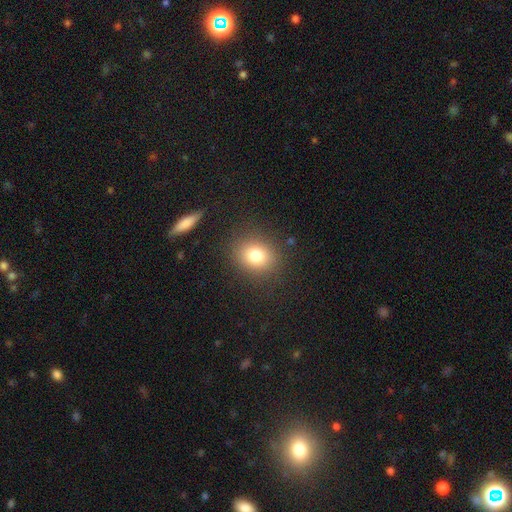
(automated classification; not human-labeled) smooth_or_featured: smooth (p=0.79) [alt: star or artifact p=0.12]
how_rounded: round (p=0.63) [alt: in between p=0.36]
merging: none (p=0.85) [alt: minor disturbance p=0.09]